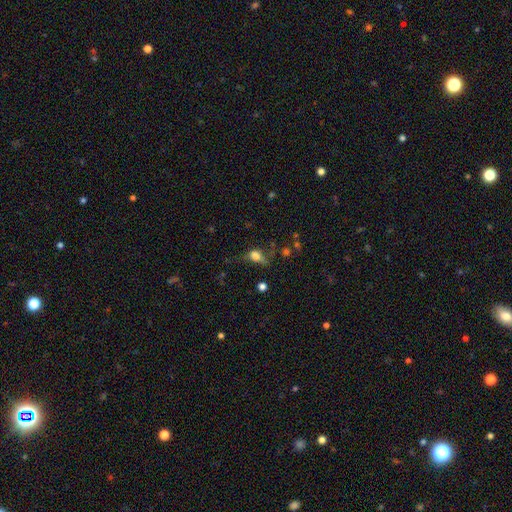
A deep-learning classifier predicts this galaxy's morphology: Smooth or featured?
  - smooth: 67% *
  - featured or disk: 18%
  - star or artifact: 14%
How rounded?
  - in between: 69% *
  - round: 25%
  - cigar-shaped: 5%
Merging?
  - major disturbance: 36% *
  - none: 33%
  - minor disturbance: 26%
  - merger: 5%